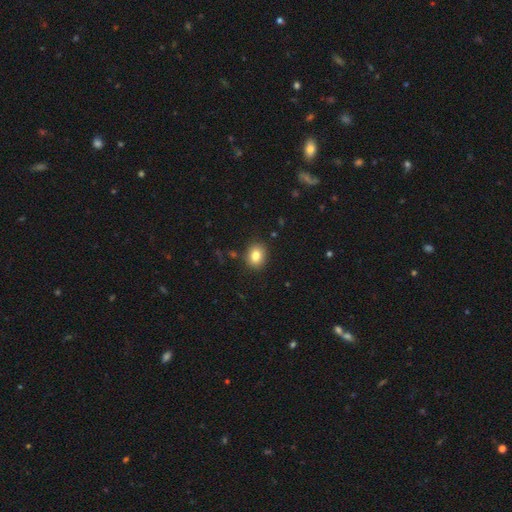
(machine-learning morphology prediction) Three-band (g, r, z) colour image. It shows a smooth galaxy with no disk features (82%) that is round (53%). Merging: none (87%).